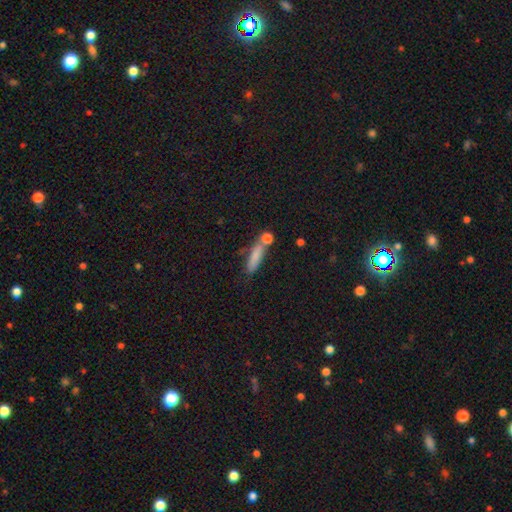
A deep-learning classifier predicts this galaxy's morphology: The model was most divided on "how rounded": cigar-shaped: 68%, in between: 28%, round: 4%. More confident: smooth or featured — smooth (78%); merging — none (59%).